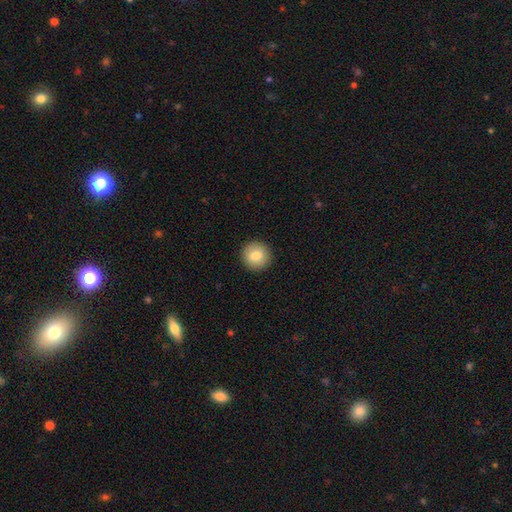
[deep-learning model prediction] Smooth or featured: smooth — 82% (featured or disk — 10%)
How rounded: round — 94% (in between — 5%)
Merging: none — 92% (minor disturbance — 5%)